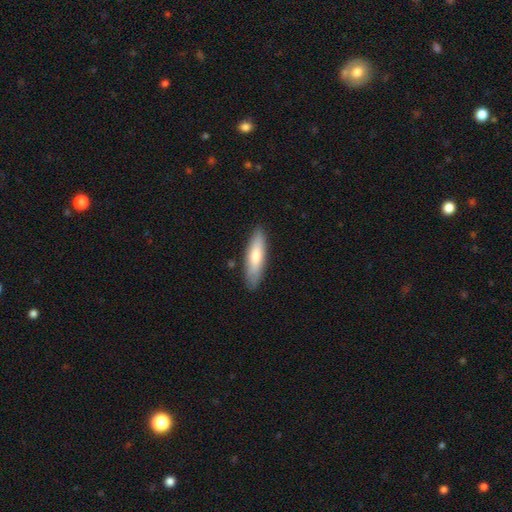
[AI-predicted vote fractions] A smooth galaxy with no disk features (70%) that is cigar-shaped (65%). Merging: none (87%).